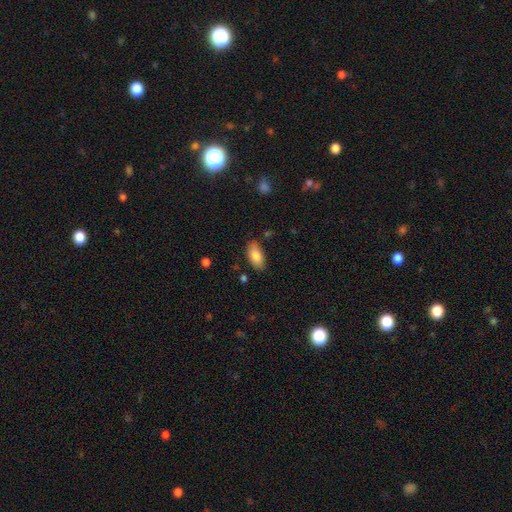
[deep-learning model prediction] Smooth or featured: smooth — 83% (featured or disk — 10%)
How rounded: in between — 92% (cigar-shaped — 6%)
Merging: none — 84% (minor disturbance — 12%)